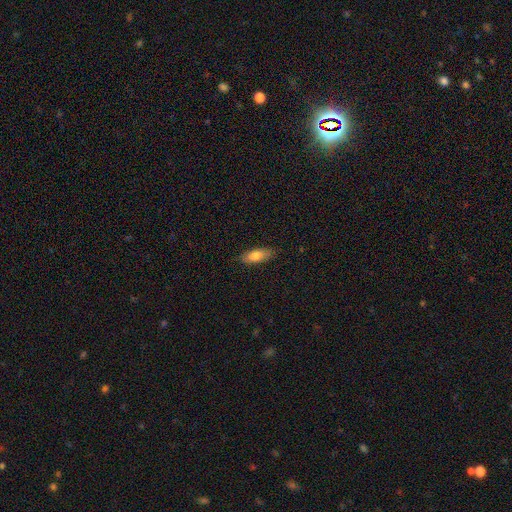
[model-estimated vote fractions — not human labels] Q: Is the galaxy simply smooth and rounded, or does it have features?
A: smooth — 78%.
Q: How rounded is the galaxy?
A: in between — 73%.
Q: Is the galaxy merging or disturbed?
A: none — 84%.